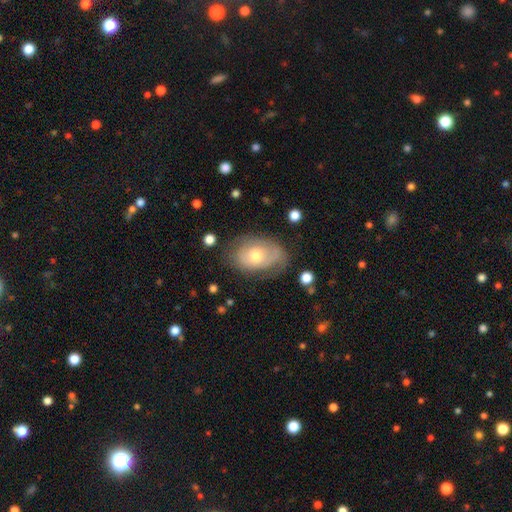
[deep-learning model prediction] A featured or disk galaxy (46%, tied with smooth). Merging: none (59%).